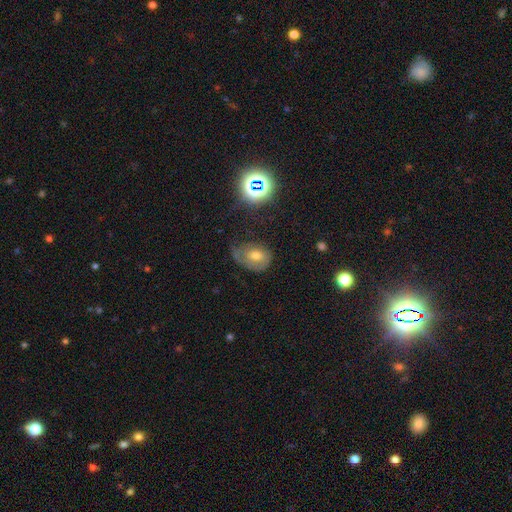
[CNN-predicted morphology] Smooth or featured? Predicted: smooth (p=0.55). How rounded? Predicted: in between (p=0.66). Merging? Predicted: none (p=0.37).